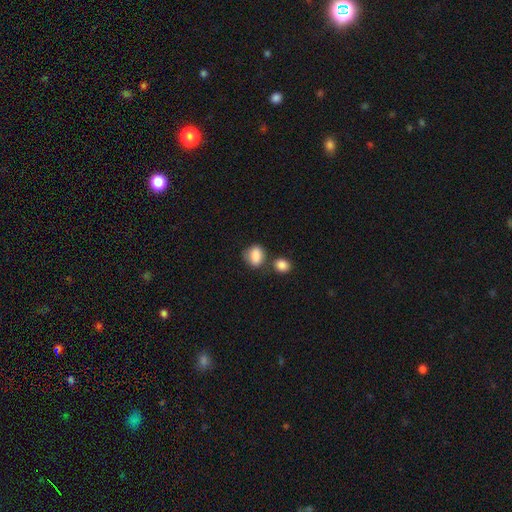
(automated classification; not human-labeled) smooth-or-featured: smooth: 86% | star or artifact: 8% | featured or disk: 6%
  how-rounded: in between: 59% | round: 39% | cigar-shaped: 1%
  merging: none: 56% | merger: 19% | minor disturbance: 19% | major disturbance: 6%